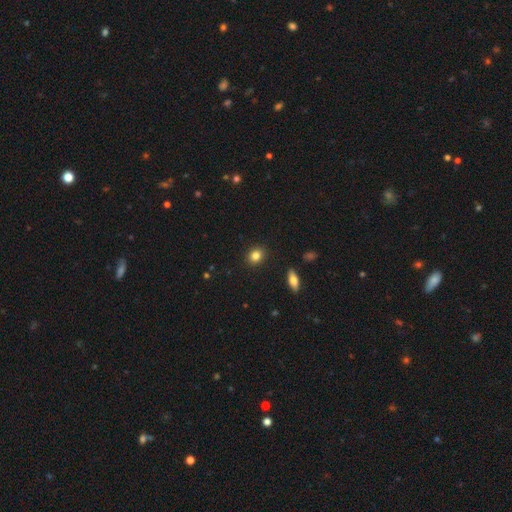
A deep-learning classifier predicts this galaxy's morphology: This is clearly a smooth galaxy (84%). How rounded: likely round (61%). Merging: clearly none (90%).